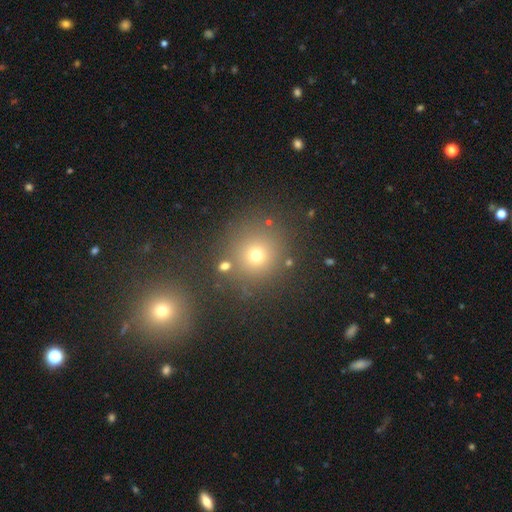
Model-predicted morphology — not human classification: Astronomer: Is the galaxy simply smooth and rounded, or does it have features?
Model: smooth — 68%.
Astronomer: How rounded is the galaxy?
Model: round — 91%.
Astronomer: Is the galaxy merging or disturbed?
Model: none — 79%.